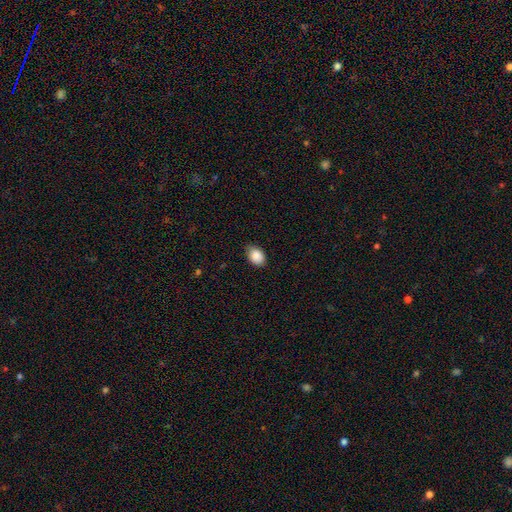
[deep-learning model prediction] This is clearly a smooth galaxy (88%). How rounded: likely in between (75%). Merging: likely none (74%).